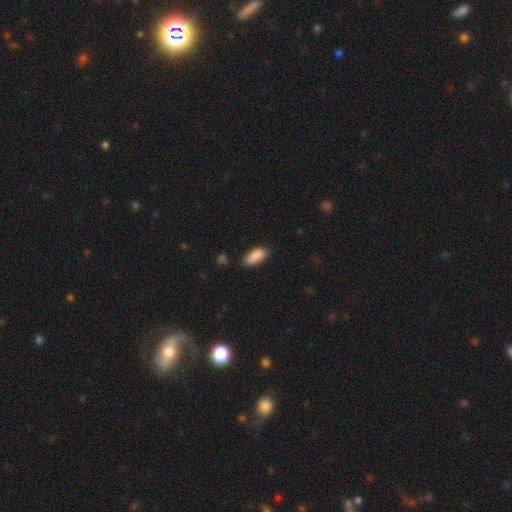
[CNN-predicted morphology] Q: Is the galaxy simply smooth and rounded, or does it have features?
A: smooth — 89%.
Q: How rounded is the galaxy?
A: in between — 87%.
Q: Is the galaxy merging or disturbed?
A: none — 71%.